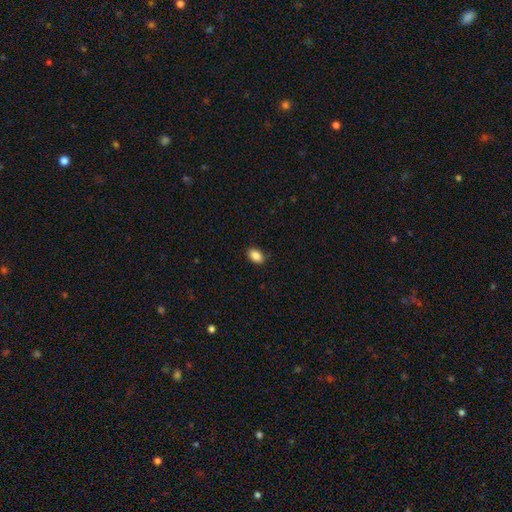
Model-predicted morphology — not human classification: Smooth or featured? Predicted: smooth (p=0.87). How rounded? Predicted: in between (p=0.81). Merging? Predicted: none (p=0.86).